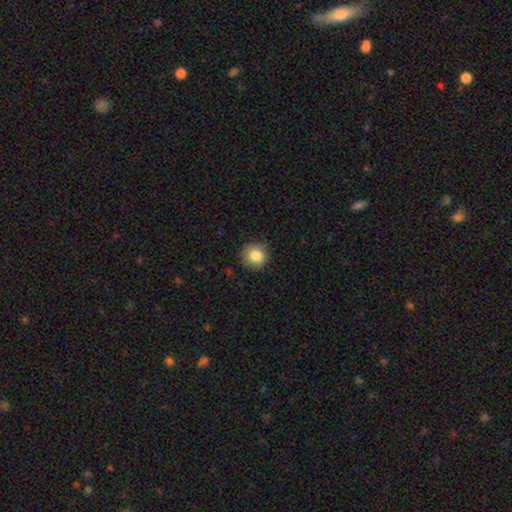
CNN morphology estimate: This is clearly a smooth galaxy (84%). How rounded: clearly round (91%). Merging: clearly none (88%).